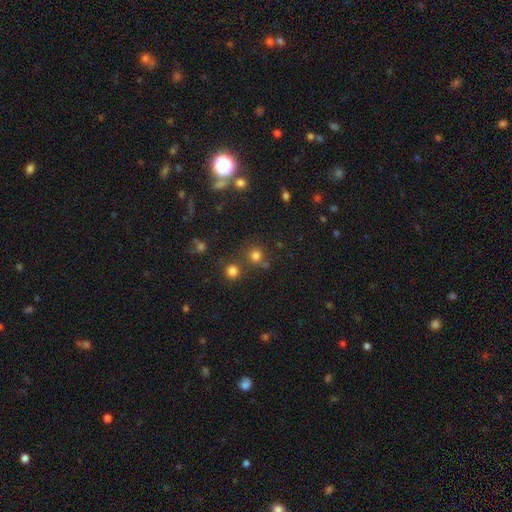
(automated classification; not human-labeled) smooth 73%, star or artifact 20%, featured or disk 7%. Down the decision tree: how rounded — round (90%); merging — none (68%).